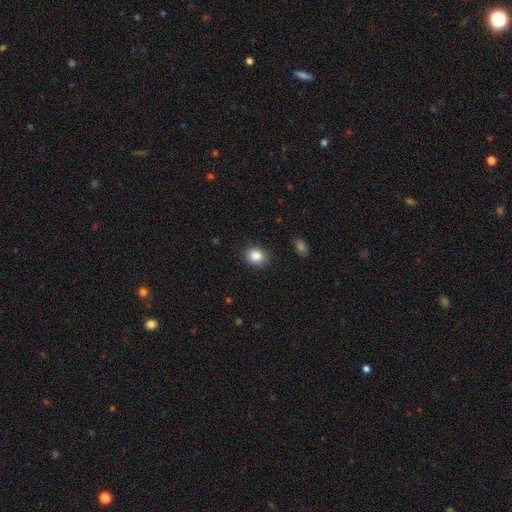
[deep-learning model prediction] Q: Smooth or featured?
A: smooth (87%); runner-up: star or artifact (9%)
Q: How rounded?
A: round (61%); runner-up: in between (38%)
Q: Merging?
A: none (89%); runner-up: minor disturbance (8%)